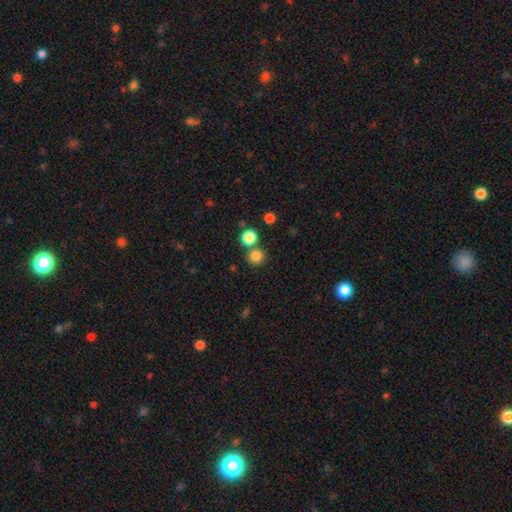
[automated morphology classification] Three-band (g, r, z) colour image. It shows a smooth galaxy with no disk features (82%) that is round (93%). Merging: none (74%).